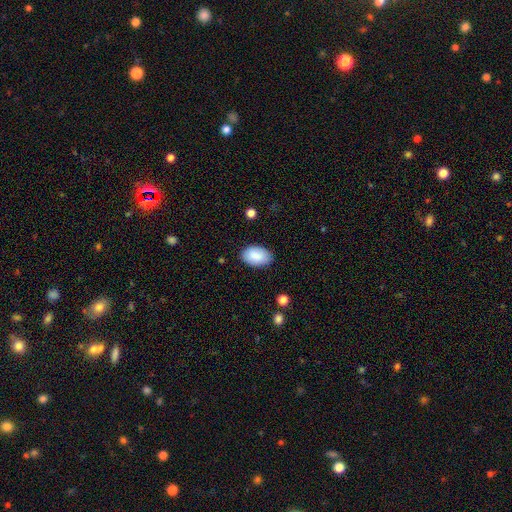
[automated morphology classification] smooth-or-featured: smooth: 88% | star or artifact: 6% | featured or disk: 6%
  how-rounded: in between: 92% | round: 6% | cigar-shaped: 1%
  merging: none: 83% | minor disturbance: 14% | major disturbance: 3% | merger: 1%